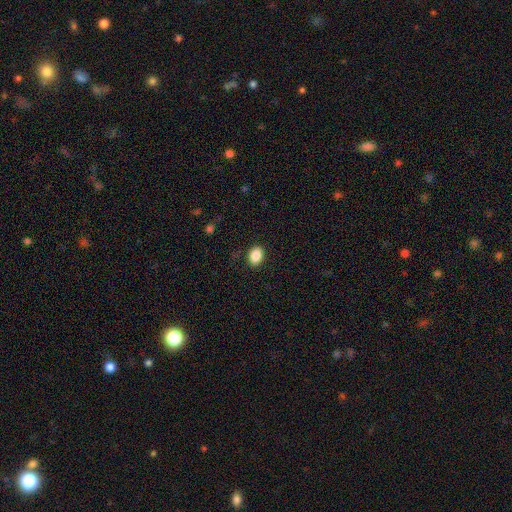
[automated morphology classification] Smooth or featured? smooth (88%)
How rounded? in between (76%)
Merging? none (87%)